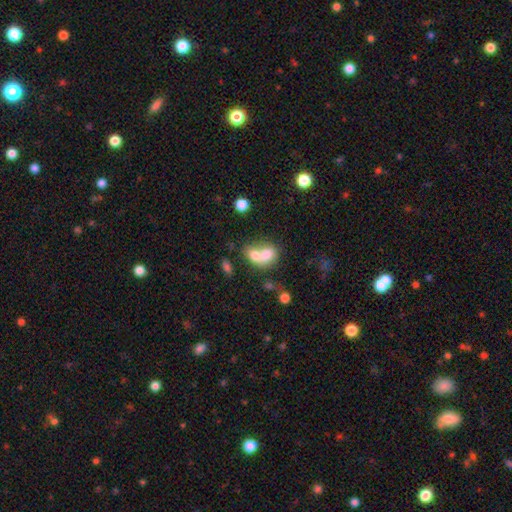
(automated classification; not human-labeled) A smooth galaxy with no disk features (71%) that is in between round and cigar-shaped (64%).

Vote fractions:
- Smooth or featured? smooth: 71% / featured or disk: 20% / star or artifact: 9%
- How rounded? in between: 64% / round: 35% / cigar-shaped: 2%
- Merging? merger: 74% / none: 17% / minor disturbance: 6% / major disturbance: 4%